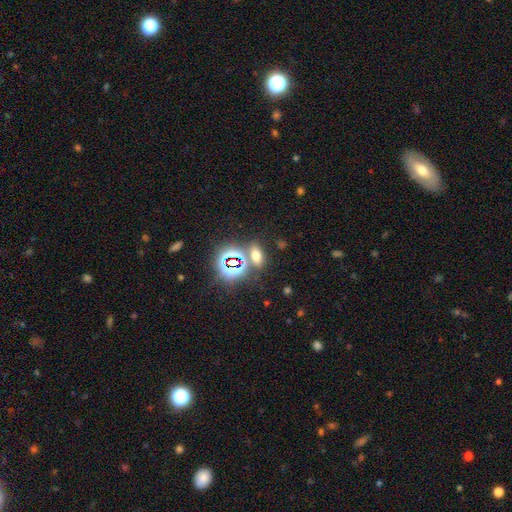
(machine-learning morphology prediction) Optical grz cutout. It shows a smooth galaxy with no disk features (54%) that is in between round and cigar-shaped (77%). Merging: none (71%).